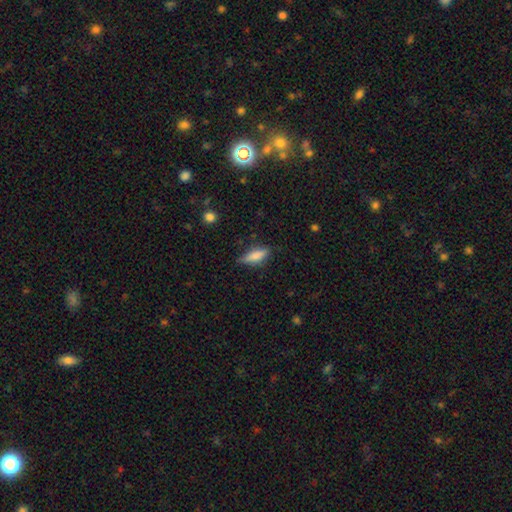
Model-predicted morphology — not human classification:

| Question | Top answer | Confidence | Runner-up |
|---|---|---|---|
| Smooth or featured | smooth | 69% | featured or disk (24%) |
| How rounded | cigar-shaped | 52% | in between (46%) |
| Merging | none | 78% | minor disturbance (17%) |